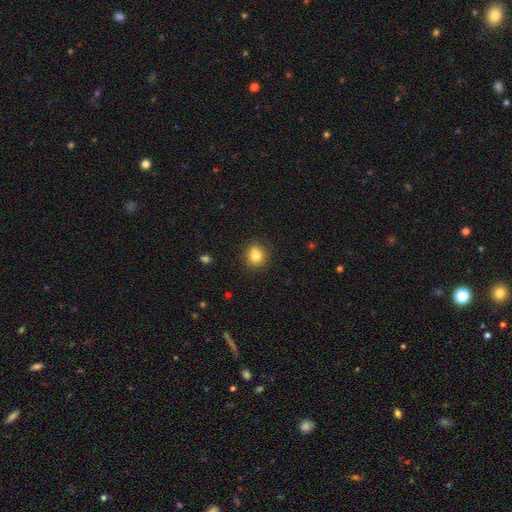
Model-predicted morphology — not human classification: smooth 81%, star or artifact 11%, featured or disk 8%. Down the decision tree: how rounded — round (83%); merging — none (82%).